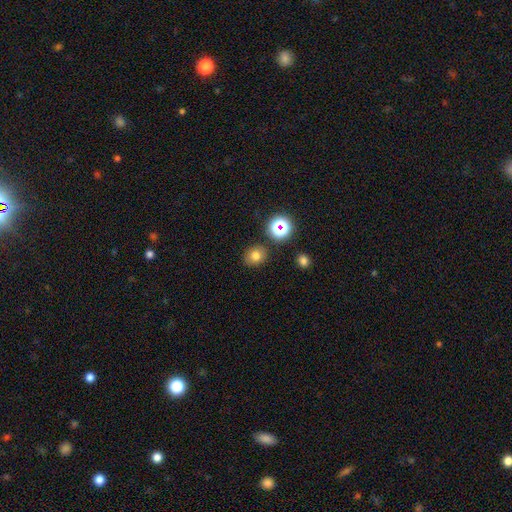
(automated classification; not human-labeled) The model was most divided on "how rounded": round: 62%, in between: 37%, cigar-shaped: 1%. More confident: merging — none (84%); smooth or featured — smooth (73%).